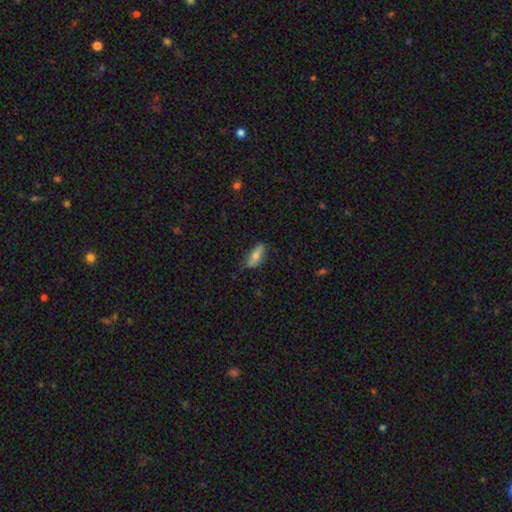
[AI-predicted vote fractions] smooth-or-featured: smooth: 59% | featured or disk: 34% | star or artifact: 7%
  how-rounded: in between: 66% | cigar-shaped: 30% | round: 4%
  merging: none: 79% | minor disturbance: 17% | major disturbance: 3% | merger: 1%